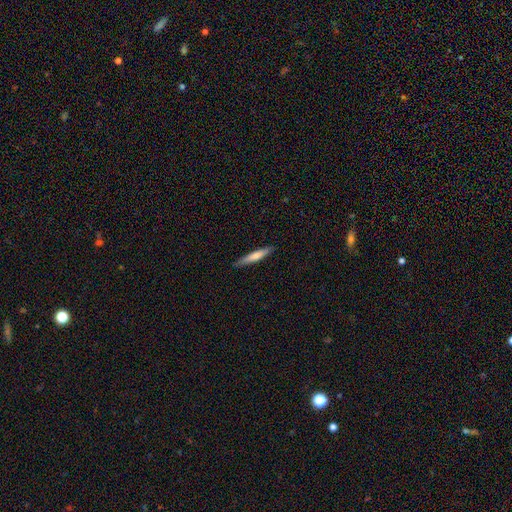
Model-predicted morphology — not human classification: The model was most divided on "smooth or featured": smooth: 63%, featured or disk: 32%, star or artifact: 5%. More confident: how rounded — cigar-shaped (93%); merging — none (89%).